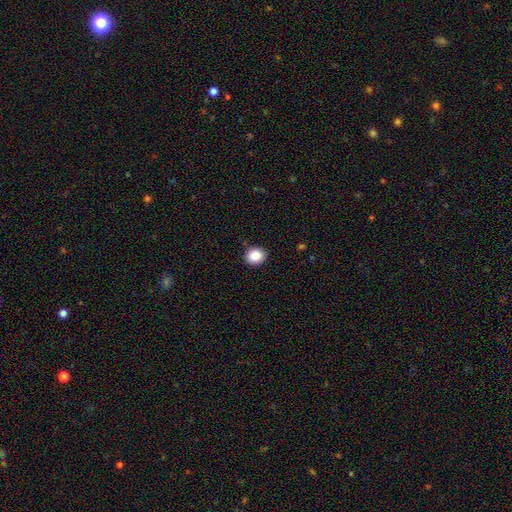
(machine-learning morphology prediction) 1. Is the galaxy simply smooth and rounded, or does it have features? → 87% smooth, 9% star or artifact, 4% featured or disk.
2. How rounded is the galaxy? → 65% round, 35% in between, 1% cigar-shaped.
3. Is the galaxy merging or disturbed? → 87% none, 9% minor disturbance, 2% major disturbance, 1% merger.